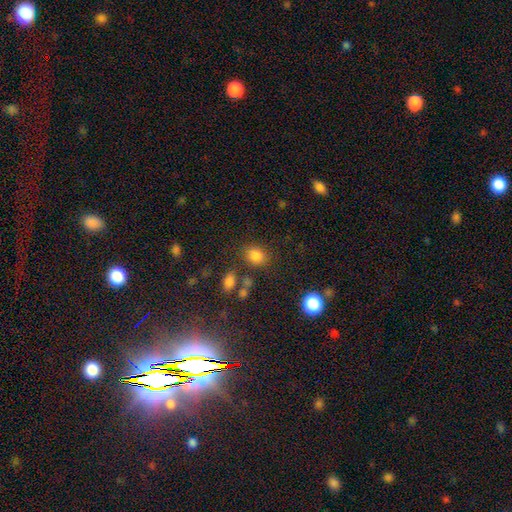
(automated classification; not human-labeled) Smooth or featured? smooth (80%)
How rounded? round (50%)
Merging? none (74%)